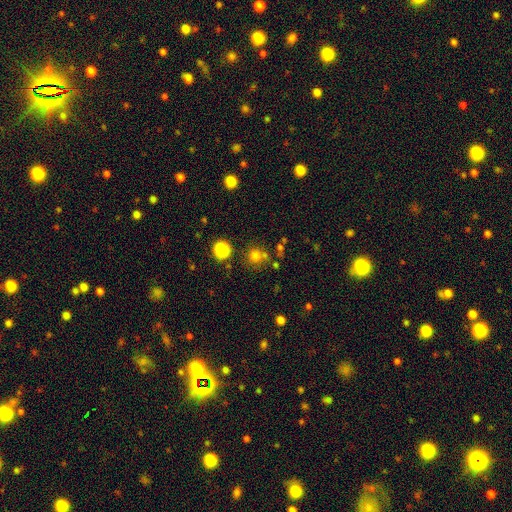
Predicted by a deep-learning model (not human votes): This is likely a smooth galaxy (71%). How rounded: clearly round (89%). Merging: likely none (69%).